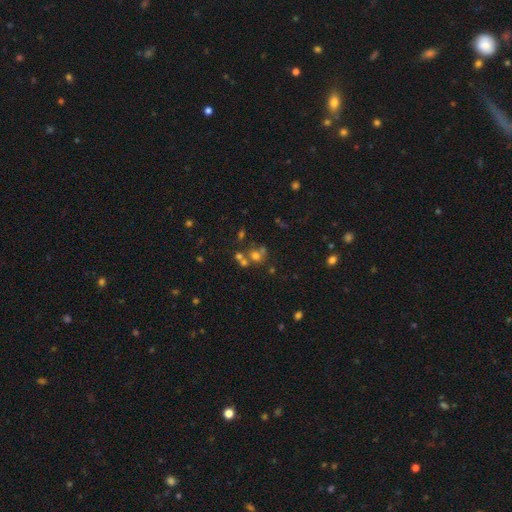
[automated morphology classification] This appears to be a smooth galaxy with no disk features (56%) that is round (80%). Merging: none (47%).